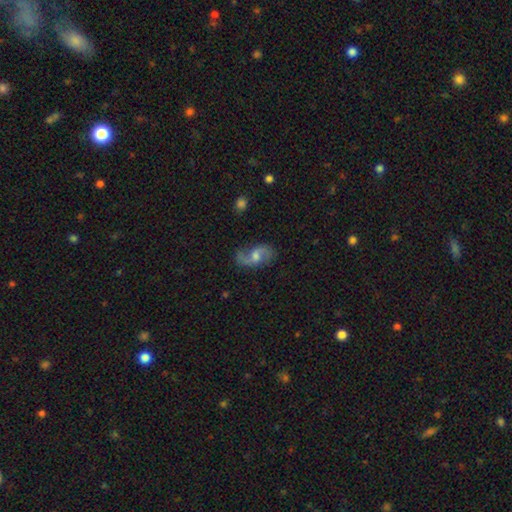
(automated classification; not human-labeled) A featured or disk galaxy (78%) with a weak bar (47%), 2 (89%) loose (66%) spiral arms (94%) and a moderate central bulge (57%). Merging: none (72%).